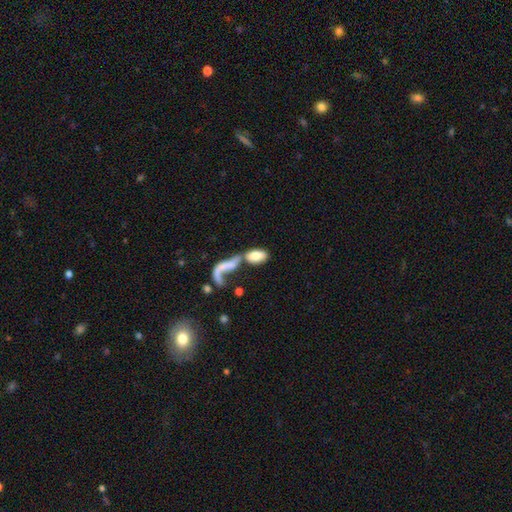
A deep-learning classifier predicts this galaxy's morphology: Smooth or featured? Predicted: smooth (p=0.70). How rounded? Predicted: in between (p=0.90). Merging? Predicted: merger (p=0.55).